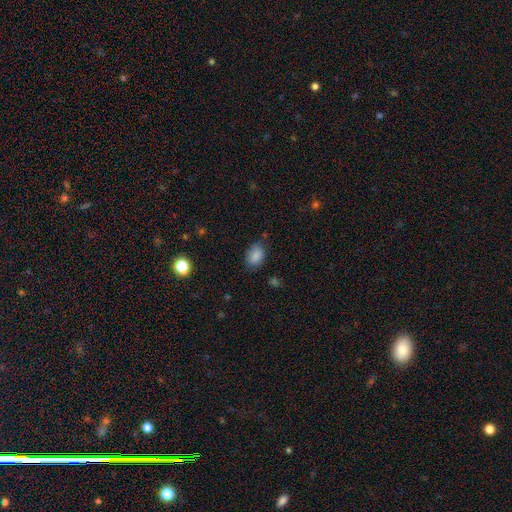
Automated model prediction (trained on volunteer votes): smooth-or-featured: smooth: 85% | star or artifact: 9% | featured or disk: 6%
  how-rounded: in between: 81% | round: 18% | cigar-shaped: 1%
  merging: none: 73% | minor disturbance: 21% | major disturbance: 5% | merger: 2%